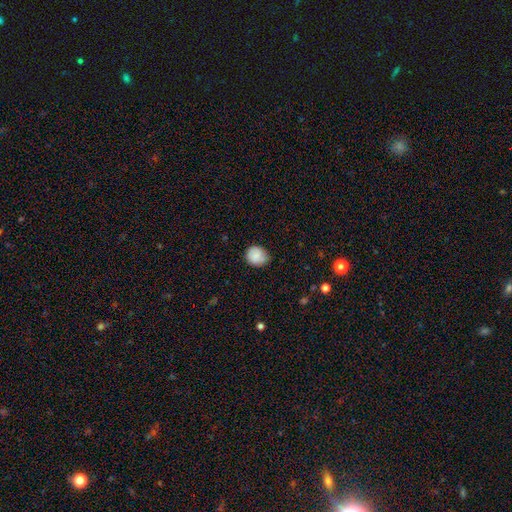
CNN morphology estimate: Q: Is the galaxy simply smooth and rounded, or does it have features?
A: smooth — 83%.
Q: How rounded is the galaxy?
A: round — 79%.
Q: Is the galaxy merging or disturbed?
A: none — 71%.